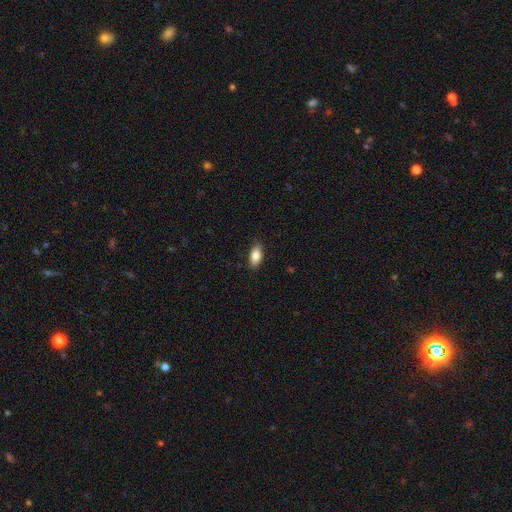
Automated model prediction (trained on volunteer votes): Smooth or featured: smooth — 84% (featured or disk — 9%)
How rounded: in between — 89% (cigar-shaped — 7%)
Merging: none — 85% (minor disturbance — 12%)